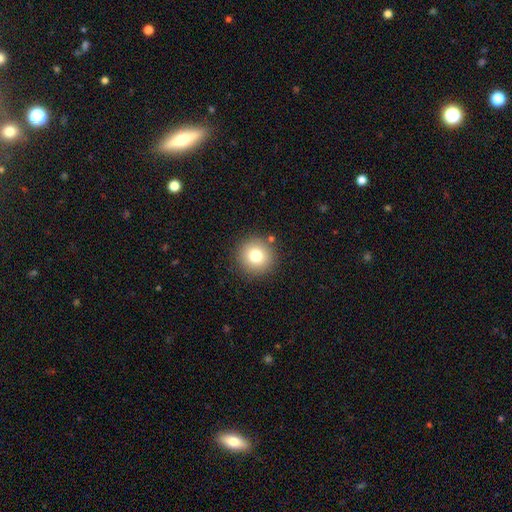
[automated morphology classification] Smooth or featured? Predicted: smooth (p=0.78). How rounded? Predicted: round (p=0.94). Merging? Predicted: none (p=0.89).